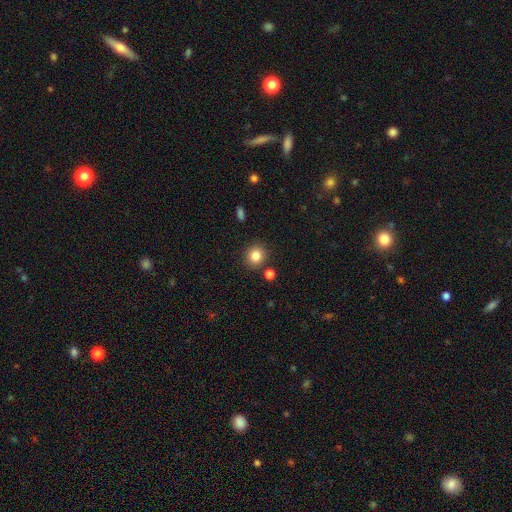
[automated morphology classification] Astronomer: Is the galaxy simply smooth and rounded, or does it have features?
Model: smooth — 84%.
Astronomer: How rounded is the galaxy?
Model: round — 86%.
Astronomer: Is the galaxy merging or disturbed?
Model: none — 85%.